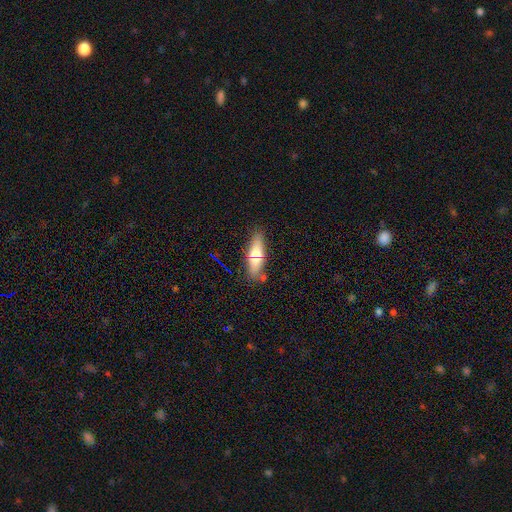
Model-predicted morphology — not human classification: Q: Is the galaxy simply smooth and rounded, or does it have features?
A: smooth — 63%.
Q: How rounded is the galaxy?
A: cigar-shaped — 53%.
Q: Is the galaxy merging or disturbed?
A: none — 80%.